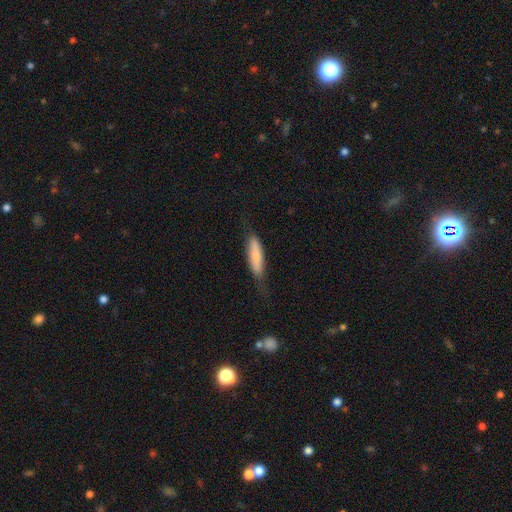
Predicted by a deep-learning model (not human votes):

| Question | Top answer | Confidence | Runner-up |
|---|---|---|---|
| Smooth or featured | smooth | 72% | featured or disk (23%) |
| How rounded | cigar-shaped | 69% | in between (29%) |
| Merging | none | 61% | minor disturbance (27%) |